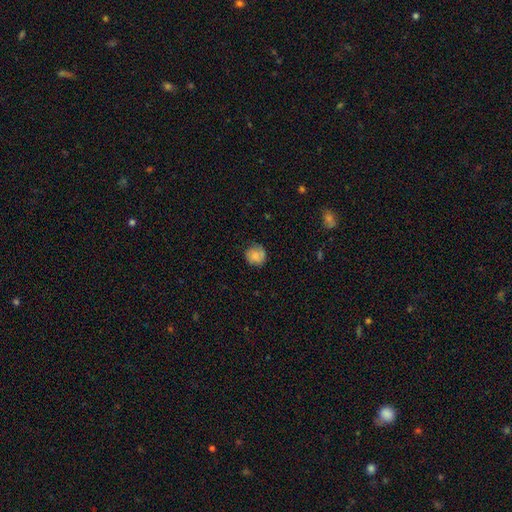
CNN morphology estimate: A smooth galaxy with no disk features (77%) that is round (89%). Merging: none (74%).